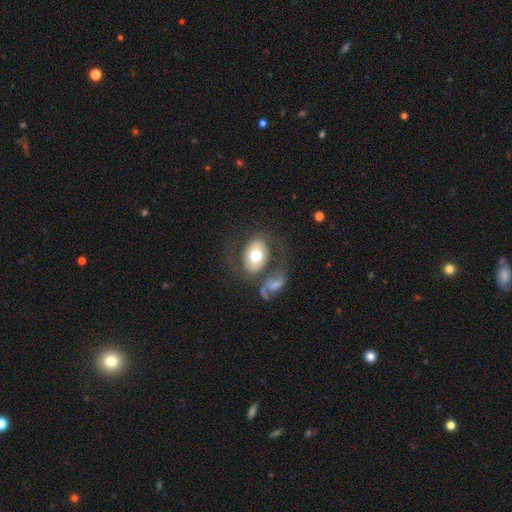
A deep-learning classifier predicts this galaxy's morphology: Smooth or featured?
  - smooth: 50% *
  - featured or disk: 43%
  - star or artifact: 7%
How rounded?
  - in between: 66% *
  - round: 33%
  - cigar-shaped: 1%
Merging?
  - none: 49% *
  - merger: 22%
  - minor disturbance: 14%
  - major disturbance: 14%